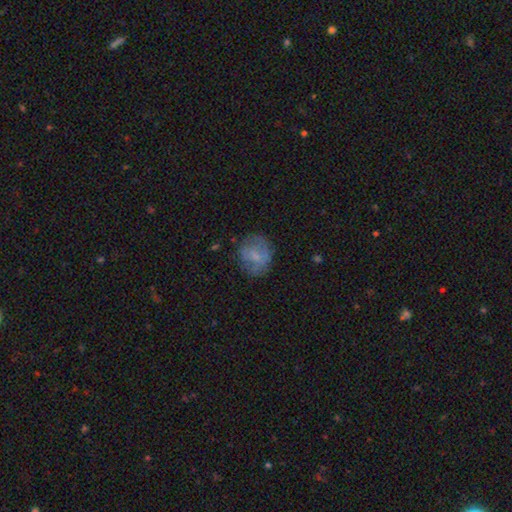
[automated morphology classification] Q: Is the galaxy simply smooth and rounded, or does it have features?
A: smooth — 56%.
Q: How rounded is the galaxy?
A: round — 69%.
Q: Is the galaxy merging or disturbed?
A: none — 65%.